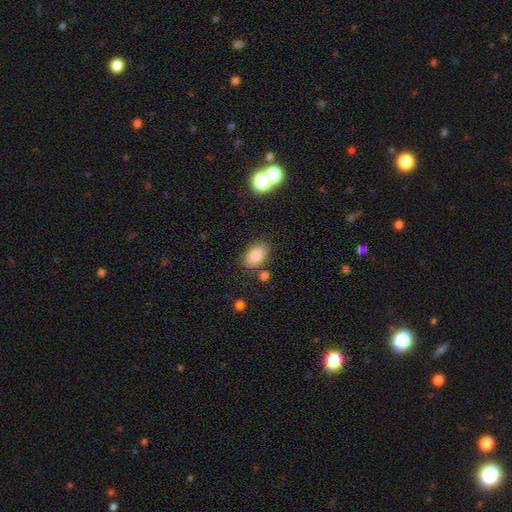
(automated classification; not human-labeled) This appears to be a smooth galaxy with no disk features (85%) that is in between round and cigar-shaped (89%). Merging: none (80%).